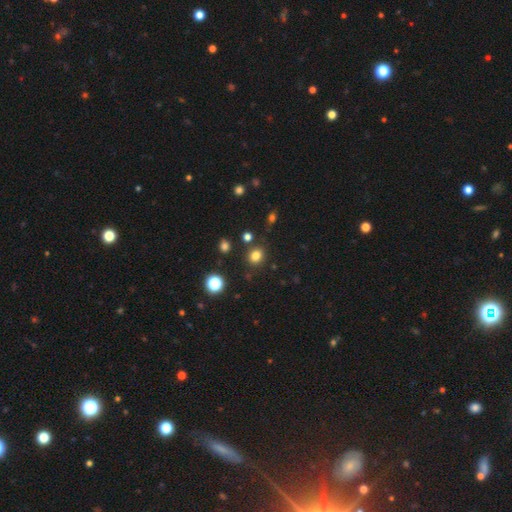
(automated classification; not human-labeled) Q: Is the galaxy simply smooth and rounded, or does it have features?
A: smooth — 80%.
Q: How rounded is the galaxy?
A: round — 77%.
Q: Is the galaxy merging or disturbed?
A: none — 84%.